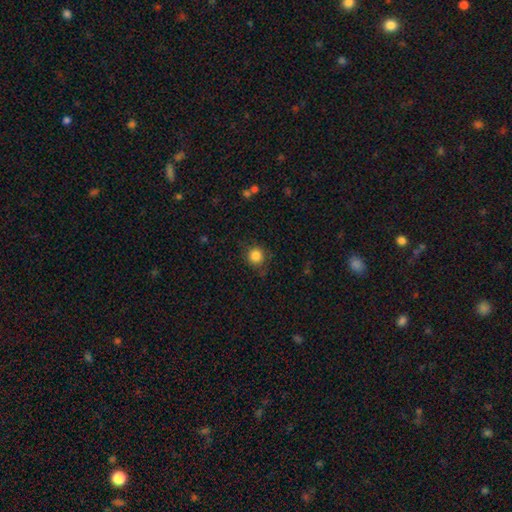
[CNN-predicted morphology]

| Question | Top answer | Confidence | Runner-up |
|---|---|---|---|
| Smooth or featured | smooth | 84% | star or artifact (11%) |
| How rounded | round | 92% | in between (7%) |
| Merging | none | 83% | minor disturbance (12%) |